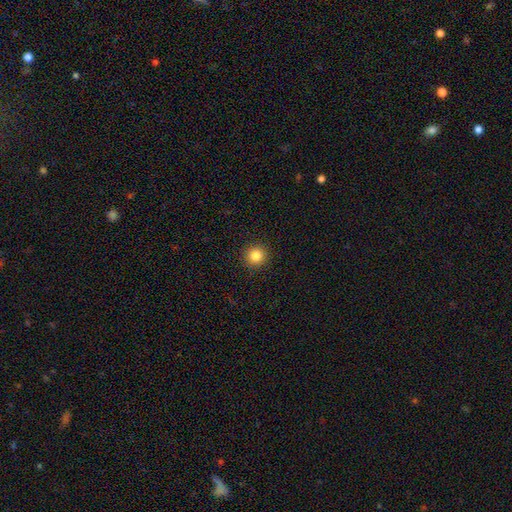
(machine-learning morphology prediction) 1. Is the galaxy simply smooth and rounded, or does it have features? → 84% smooth, 11% star or artifact, 5% featured or disk.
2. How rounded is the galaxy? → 95% round, 4% in between, 1% cigar-shaped.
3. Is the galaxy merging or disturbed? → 92% none, 5% minor disturbance, 2% major disturbance, 1% merger.